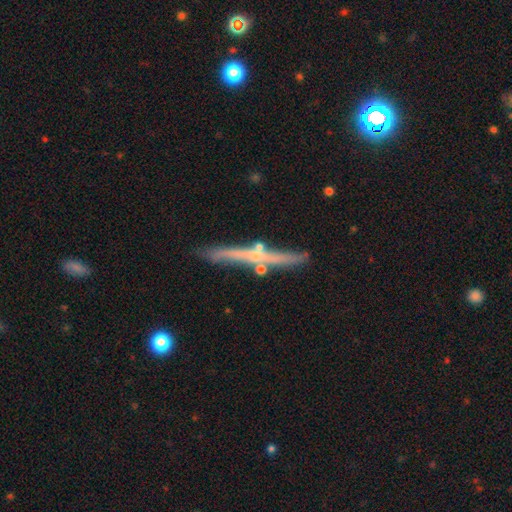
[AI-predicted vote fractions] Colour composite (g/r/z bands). It shows a featured or disk galaxy (65%) viewed edge-on (95%) with no central bulge (51%). Merging: none (80%).